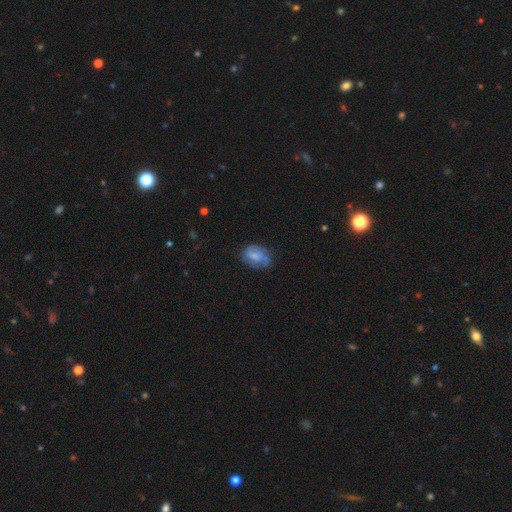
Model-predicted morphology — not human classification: type=smooth (53%); roundness=in between (73%); merging=none (57%).